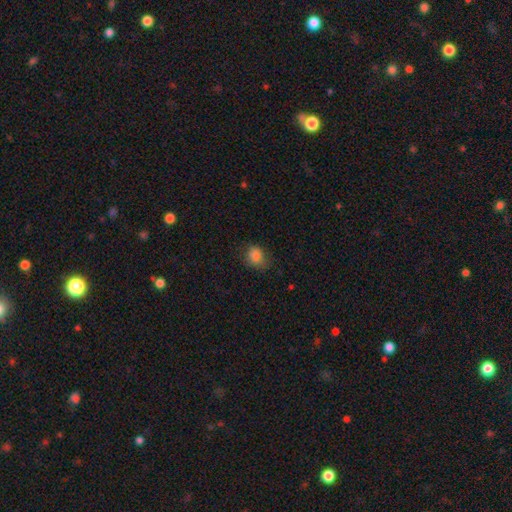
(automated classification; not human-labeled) Smooth or featured? Predicted: smooth (p=0.84). How rounded? Predicted: round (p=0.58). Merging? Predicted: none (p=0.68).